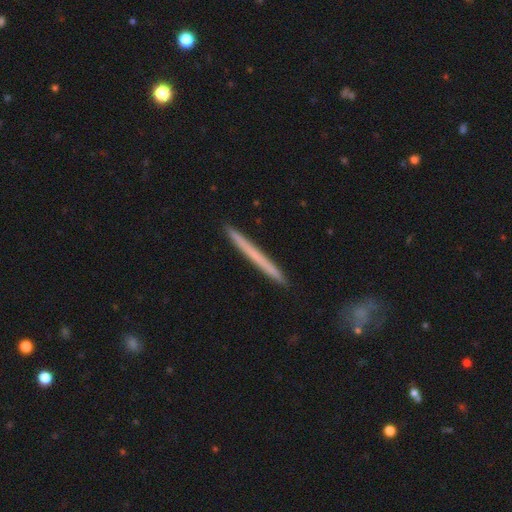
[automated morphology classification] Smooth or featured? smooth (53%)
How rounded? cigar-shaped (97%)
Merging? none (92%)